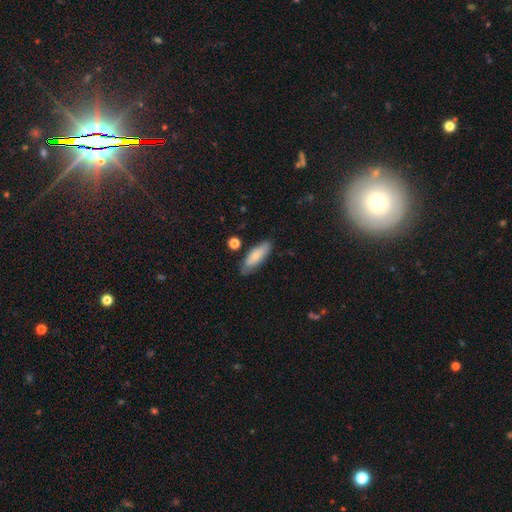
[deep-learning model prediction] Smooth or featured: smooth — 79% (featured or disk — 15%)
How rounded: in between — 56% (cigar-shaped — 42%)
Merging: none — 78% (minor disturbance — 16%)